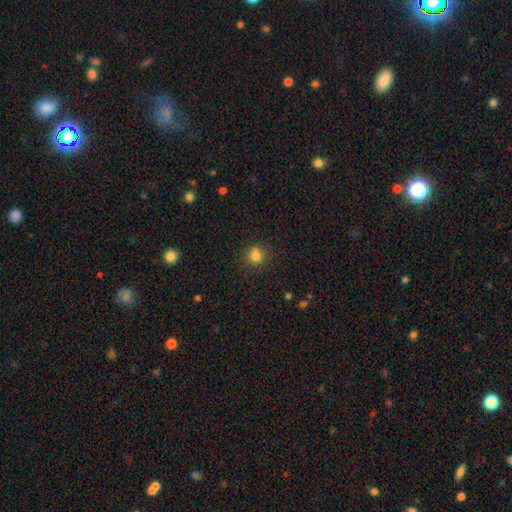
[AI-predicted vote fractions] Smooth or featured: smooth — 80% (star or artifact — 13%)
How rounded: round — 84% (in between — 15%)
Merging: none — 80% (minor disturbance — 12%)